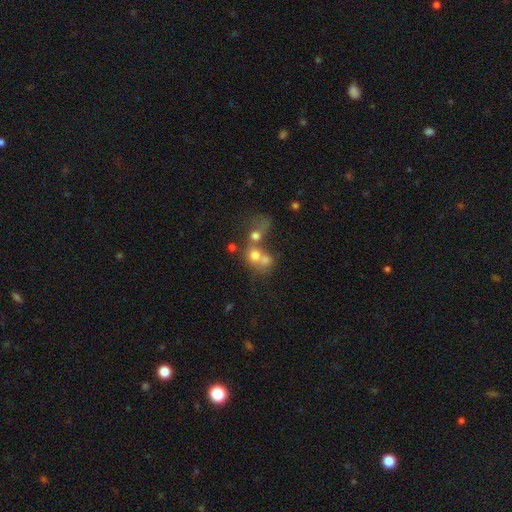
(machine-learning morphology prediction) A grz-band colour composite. It shows a smooth galaxy with no disk features (61%) that is round (69%). Merging: merger (65%).